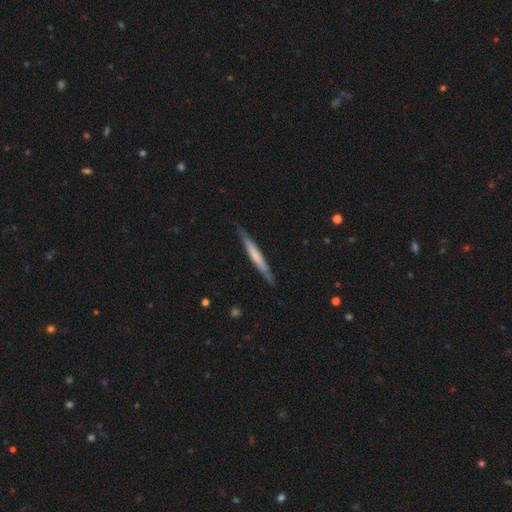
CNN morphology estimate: Smooth or featured: smooth — 50% (featured or disk — 45%)
Merging: none — 86% (minor disturbance — 11%)